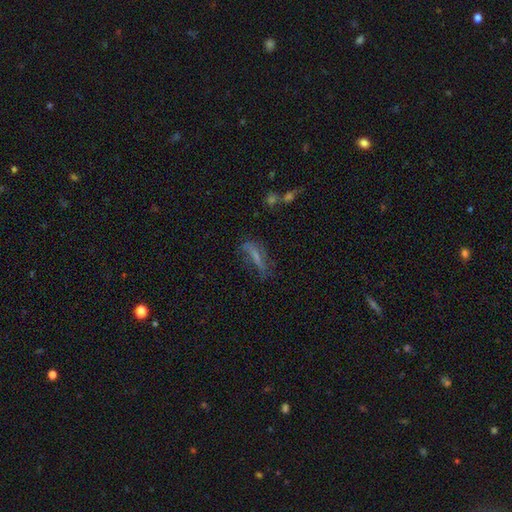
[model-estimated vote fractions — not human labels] Smooth or featured?
  - smooth: 47% *
  - featured or disk: 37%
  - star or artifact: 16%
Merging?
  - none: 49% *
  - minor disturbance: 25%
  - major disturbance: 21%
  - merger: 5%